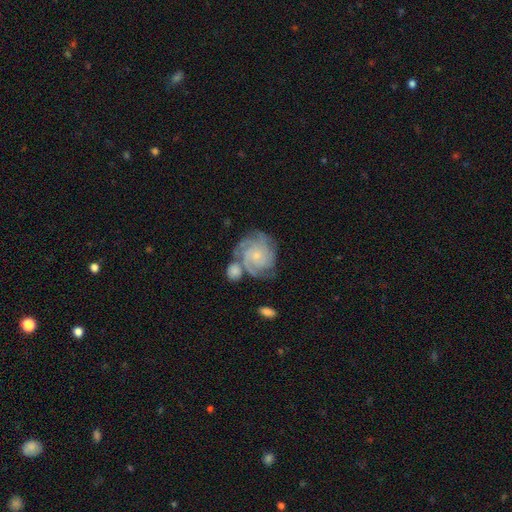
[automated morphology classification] featured or disk 80%, smooth 14%, star or artifact 6%. Down the decision tree: edge-on disk — no (98%); bar — no (78%); spiral arms — yes (95%); spiral arm count — can't tell (26%, tied with 3); spiral winding — tight (66%); bulge size — small (75%); merging — none (54%).